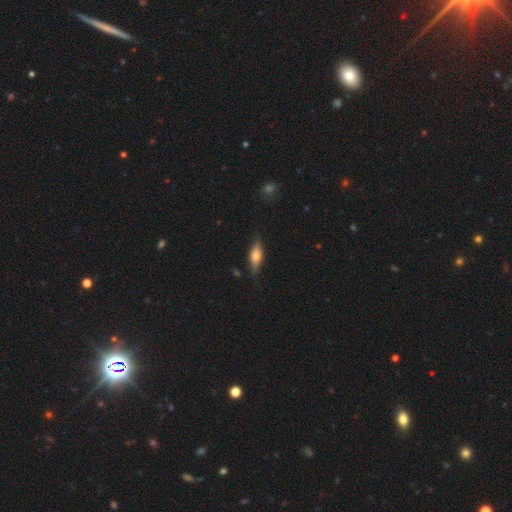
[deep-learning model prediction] smooth-or-featured: smooth: 57% | featured or disk: 36% | star or artifact: 7%
  how-rounded: in between: 56% | cigar-shaped: 41% | round: 3%
  merging: none: 82% | minor disturbance: 14% | major disturbance: 3% | merger: 1%